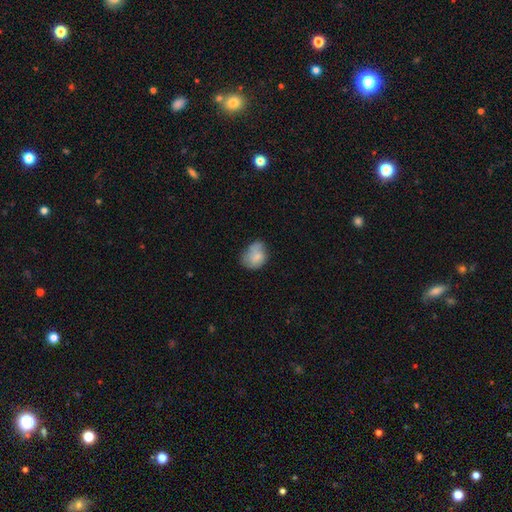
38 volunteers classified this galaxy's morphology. Smooth or featured? 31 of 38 (82%) said smooth. How rounded? 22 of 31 (71%) said in between. Merging? 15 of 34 (44%) said none.